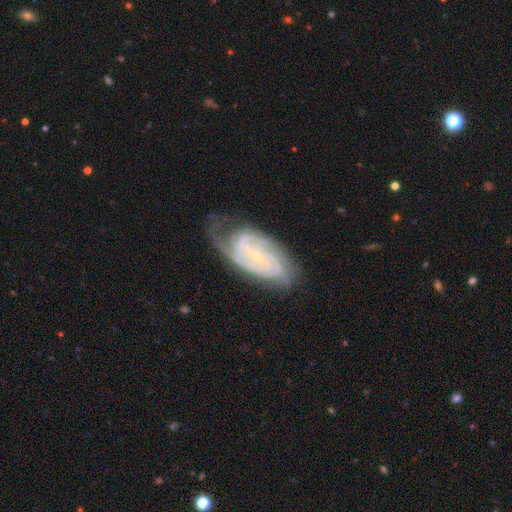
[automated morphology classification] Smooth or featured: featured or disk — 87% (smooth — 7%)
Edge-on disk: no — 96% (yes — 4%)
Bar: no — 57% (weak — 32%)
Spiral arms: yes — 97% (no — 3%)
Spiral winding: tight — 64% (medium — 30%)
Spiral arm count: 2 — 29% (can't tell — 24%)
Bulge size: small — 82% (moderate — 14%)
Merging: none — 63% (minor disturbance — 24%)